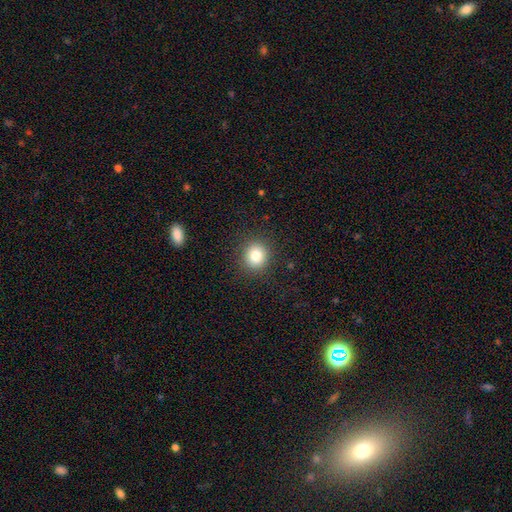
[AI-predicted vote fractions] This is clearly a smooth galaxy (83%). How rounded: clearly round (84%). Merging: clearly none (89%).